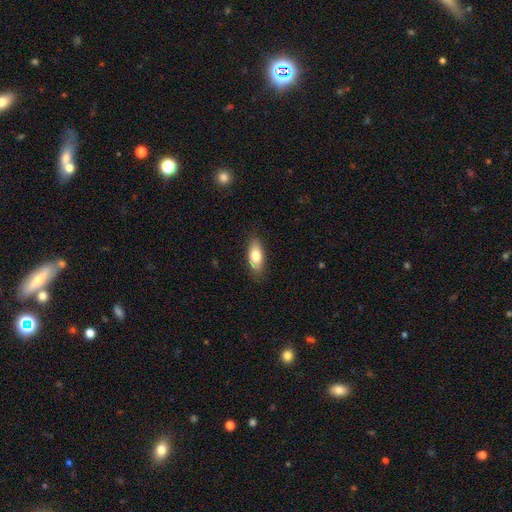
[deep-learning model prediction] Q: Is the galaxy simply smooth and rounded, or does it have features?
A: smooth — 77%.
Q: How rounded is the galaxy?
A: in between — 83%.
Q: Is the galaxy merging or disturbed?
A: none — 84%.